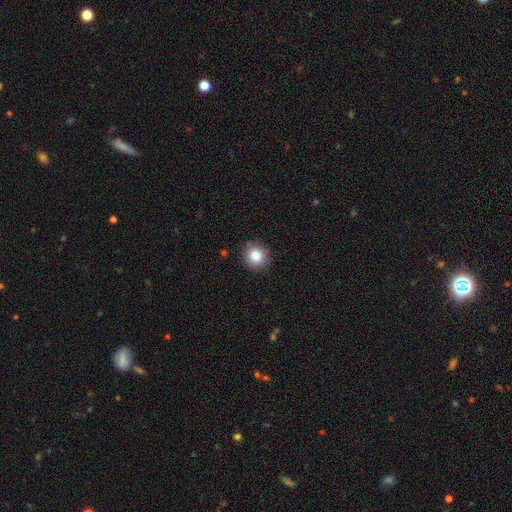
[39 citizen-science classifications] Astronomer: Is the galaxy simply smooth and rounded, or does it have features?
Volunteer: smooth — 90%.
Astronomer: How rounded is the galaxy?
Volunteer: round — 86%.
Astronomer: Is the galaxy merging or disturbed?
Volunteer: none — 83%.